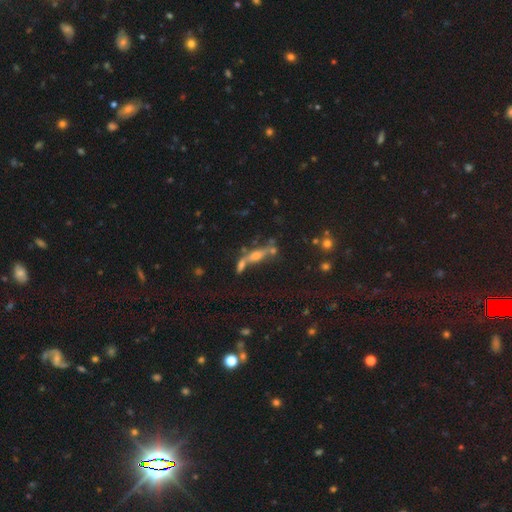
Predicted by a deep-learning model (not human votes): Smooth or featured?
  - featured or disk: 57% *
  - smooth: 25%
  - star or artifact: 19%
Edge-on disk?
  - yes: 77% *
  - no: 23%
Merging?
  - none: 52% *
  - merger: 24%
  - minor disturbance: 15%
  - major disturbance: 9%